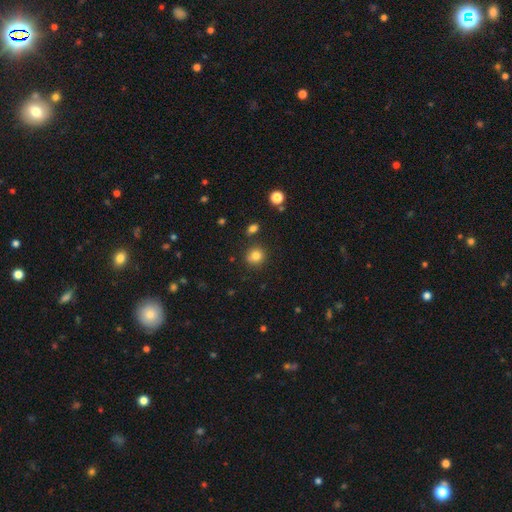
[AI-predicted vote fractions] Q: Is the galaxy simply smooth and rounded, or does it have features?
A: smooth — 82%.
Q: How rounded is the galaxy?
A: round — 86%.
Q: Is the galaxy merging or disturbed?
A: none — 81%.